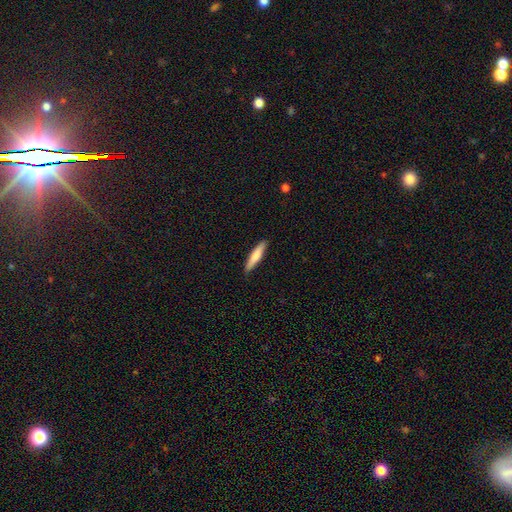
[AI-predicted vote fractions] smooth_or_featured: smooth (p=0.72) [alt: featured or disk p=0.23]
how_rounded: cigar-shaped (p=0.88) [alt: in between p=0.11]
merging: none (p=0.90) [alt: minor disturbance p=0.07]